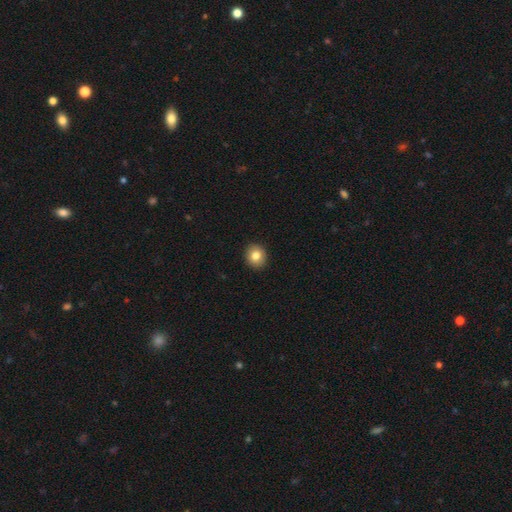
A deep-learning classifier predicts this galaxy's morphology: Smooth or featured? smooth (82%)
How rounded? round (72%)
Merging? none (92%)